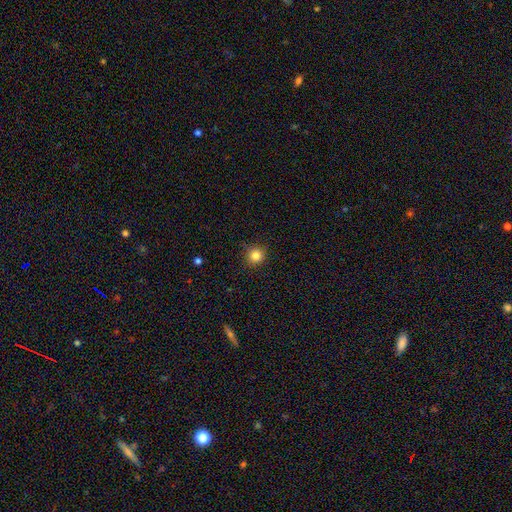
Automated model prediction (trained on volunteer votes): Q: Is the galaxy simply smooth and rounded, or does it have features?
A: smooth — 83%.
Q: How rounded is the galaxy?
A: round — 93%.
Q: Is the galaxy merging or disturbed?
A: none — 88%.